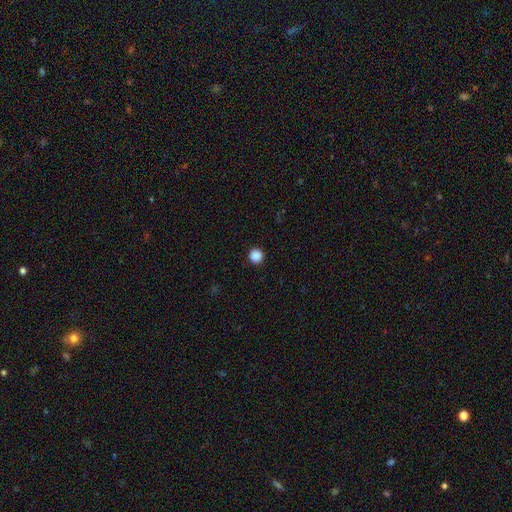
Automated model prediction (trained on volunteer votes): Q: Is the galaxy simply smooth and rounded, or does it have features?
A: smooth — 88%.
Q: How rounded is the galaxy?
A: round — 96%.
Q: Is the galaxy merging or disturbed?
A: none — 93%.